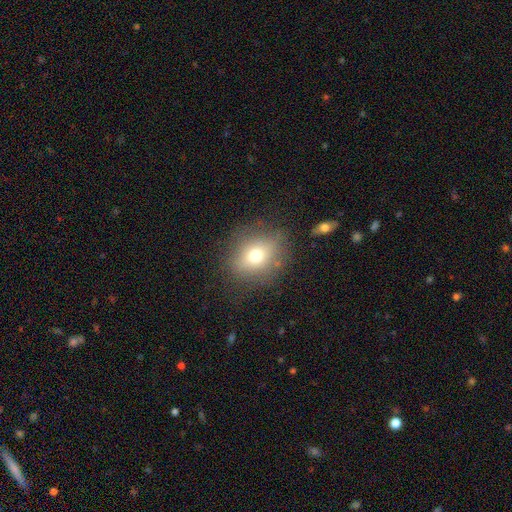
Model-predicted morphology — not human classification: This is likely a smooth galaxy (69%). How rounded: likely round (62%). Merging: likely none (78%).